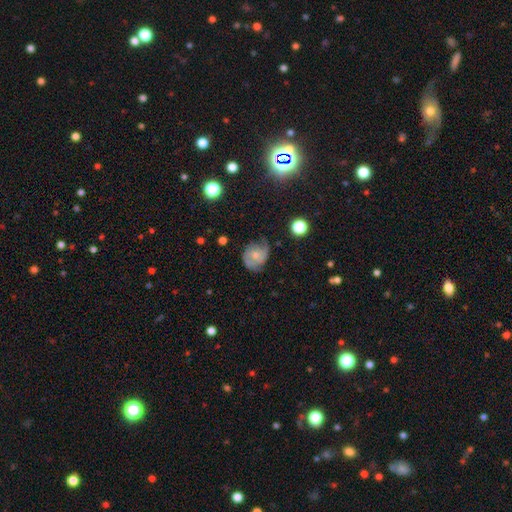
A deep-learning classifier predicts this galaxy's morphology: smooth_or_featured: featured or disk (p=0.57) [alt: smooth p=0.34]
disk_edge_on: no (p=0.97) [alt: yes p=0.03]
bar: no (p=0.72) [alt: weak p=0.24]
has_spiral_arms: yes (p=0.82) [alt: no p=0.18]
bulge_size: small (p=0.50) [alt: moderate p=0.42]
merging: none (p=0.51) [alt: minor disturbance p=0.32]